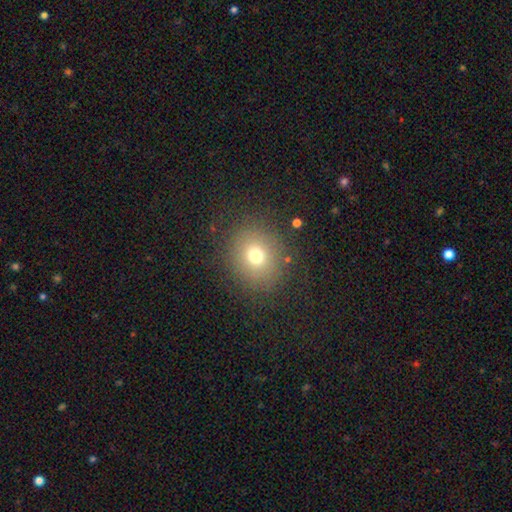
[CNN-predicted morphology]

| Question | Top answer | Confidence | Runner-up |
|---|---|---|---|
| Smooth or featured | smooth | 71% | star or artifact (17%) |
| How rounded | round | 82% | in between (17%) |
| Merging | none | 84% | minor disturbance (9%) |